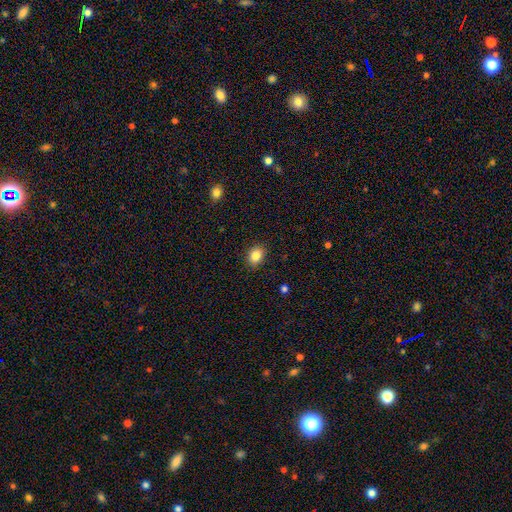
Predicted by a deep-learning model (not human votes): smooth 86%, star or artifact 10%, featured or disk 5%. Down the decision tree: how rounded — in between (55%); merging — none (88%).